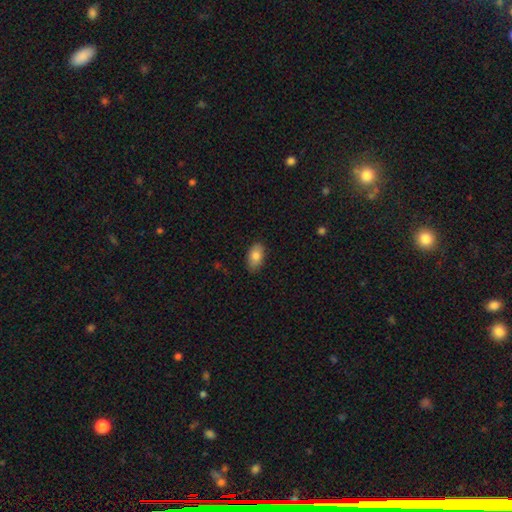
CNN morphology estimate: This appears to be a smooth galaxy with no disk features (82%) that is in between round and cigar-shaped (92%). Merging: none (86%).